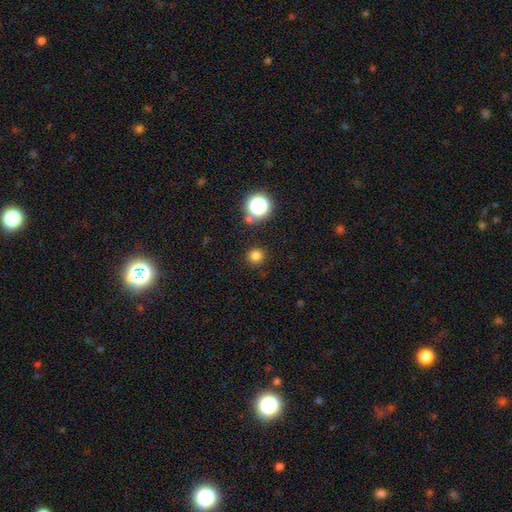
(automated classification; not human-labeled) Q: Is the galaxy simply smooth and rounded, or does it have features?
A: smooth — 78%.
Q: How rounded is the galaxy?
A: round — 93%.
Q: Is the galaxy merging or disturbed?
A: none — 88%.